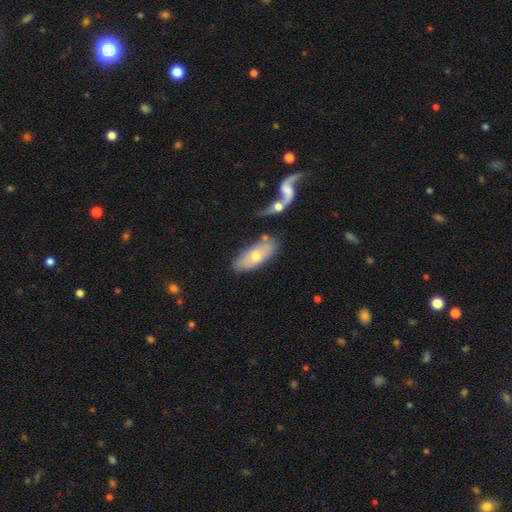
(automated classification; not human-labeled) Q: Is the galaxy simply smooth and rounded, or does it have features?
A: smooth — 60%.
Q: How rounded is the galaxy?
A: in between — 79%.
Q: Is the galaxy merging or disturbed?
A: none — 66%.